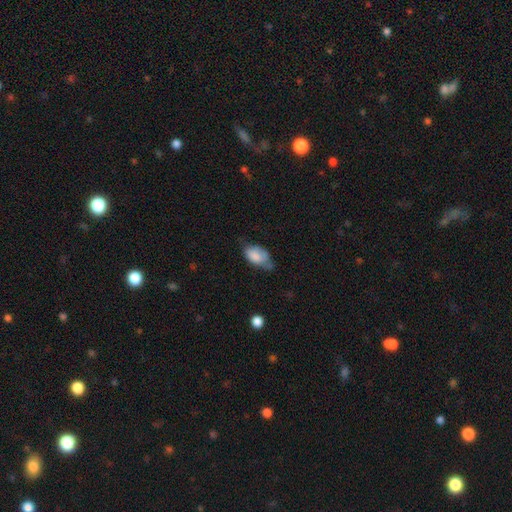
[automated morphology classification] smooth 77%, featured or disk 15%, star or artifact 8%. Down the decision tree: how rounded — in between (92%); merging — minor disturbance (43%).